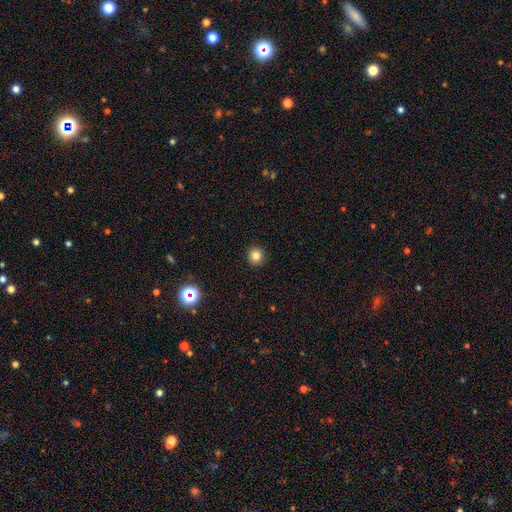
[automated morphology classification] type=smooth (83%); roundness=round (93%); merging=none (92%).